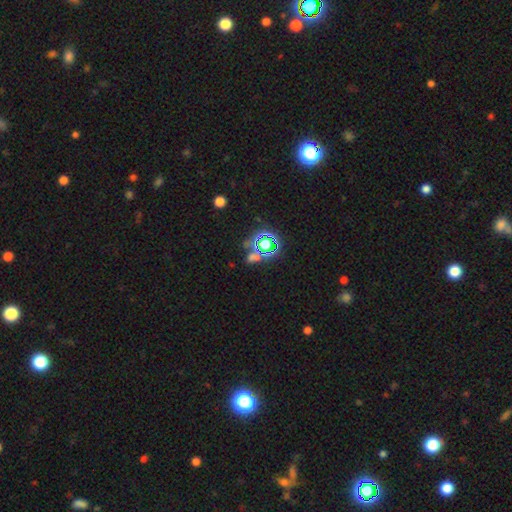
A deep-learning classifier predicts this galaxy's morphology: A star or artifact, not a galaxy (71%).

Vote fractions:
- Smooth or featured? star or artifact: 71% / smooth: 20% / featured or disk: 9%